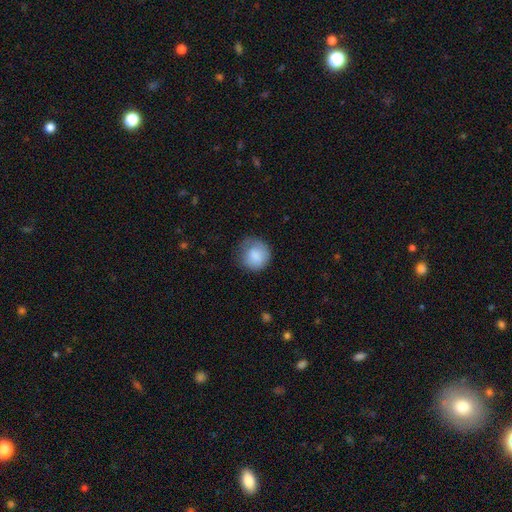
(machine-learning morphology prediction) smooth 85%, featured or disk 8%, star or artifact 7%. Down the decision tree: how rounded — round (90%); merging — none (64%).